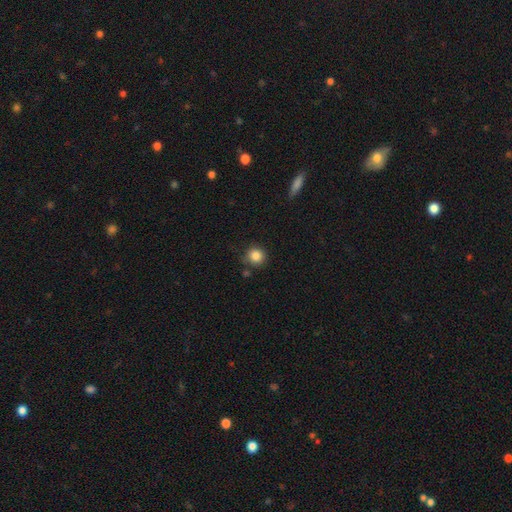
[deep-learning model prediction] This appears to be a smooth galaxy with no disk features (86%) that is round (93%). Merging: none (80%).